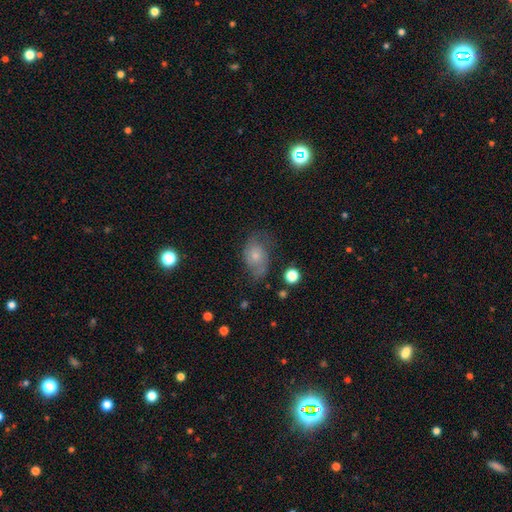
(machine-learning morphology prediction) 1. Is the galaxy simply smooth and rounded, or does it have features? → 50% featured or disk, 40% smooth, 10% star or artifact.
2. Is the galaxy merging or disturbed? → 56% none, 26% minor disturbance, 16% major disturbance, 2% merger.